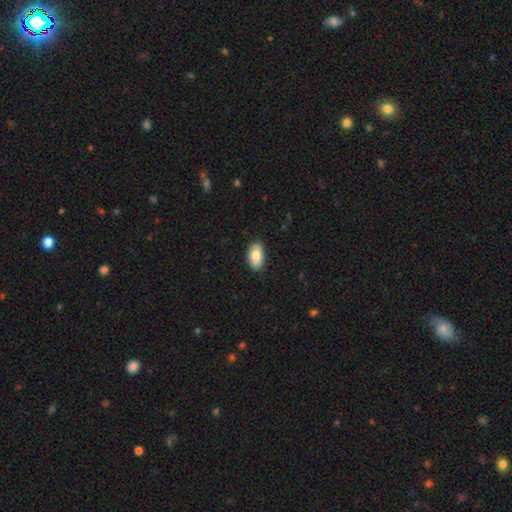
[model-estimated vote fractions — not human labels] Overall: smooth (85%). How rounded: in between (94%). Merging: none (89%).